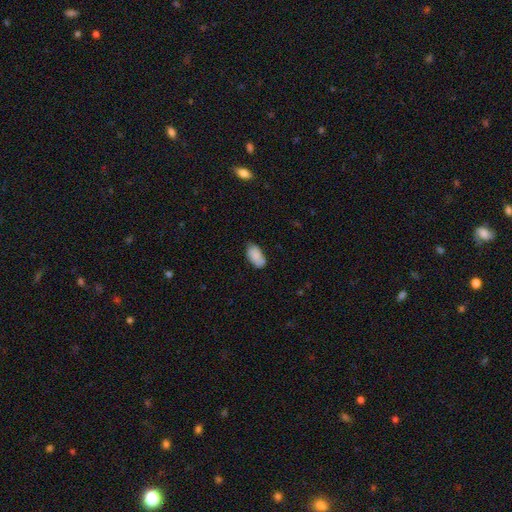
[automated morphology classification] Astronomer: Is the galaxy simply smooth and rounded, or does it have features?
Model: smooth — 83%.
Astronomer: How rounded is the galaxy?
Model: in between — 94%.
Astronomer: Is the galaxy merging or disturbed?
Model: none — 65%.